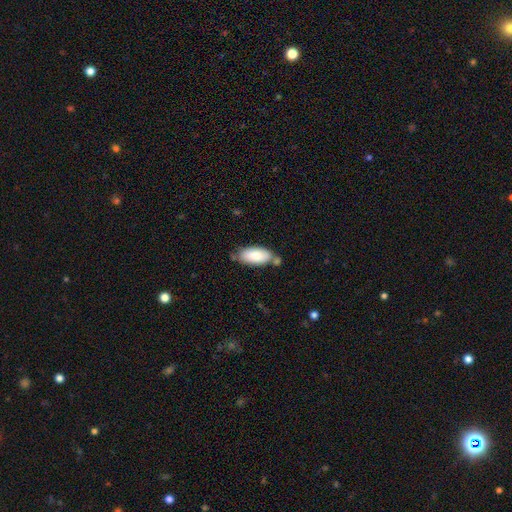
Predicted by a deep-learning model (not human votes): Smooth or featured? Predicted: smooth (p=0.83). How rounded? Predicted: in between (p=0.91). Merging? Predicted: none (p=0.61).